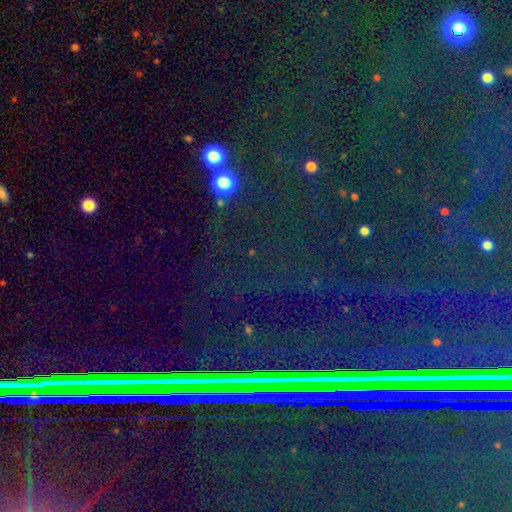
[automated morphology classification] Overall: star or artifact (82%).